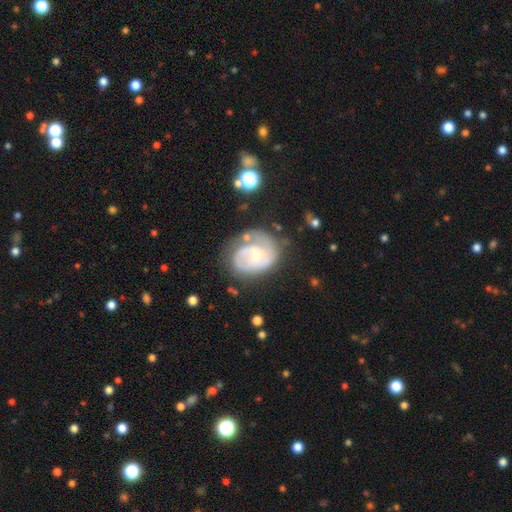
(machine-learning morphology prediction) featured or disk 73%, smooth 21%, star or artifact 6%. Down the decision tree: edge-on disk — no (97%); bar — no (67%); spiral arms — yes (82%); spiral arm count — 2 (40%); spiral winding — tight (47%); bulge size — moderate (52%); merging — none (55%).